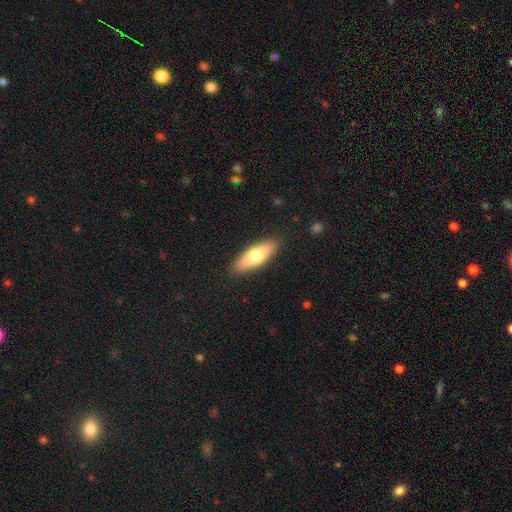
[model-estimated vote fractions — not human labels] This appears to be a smooth galaxy with no disk features (69%) that is in between round and cigar-shaped (52%). Merging: none (89%).